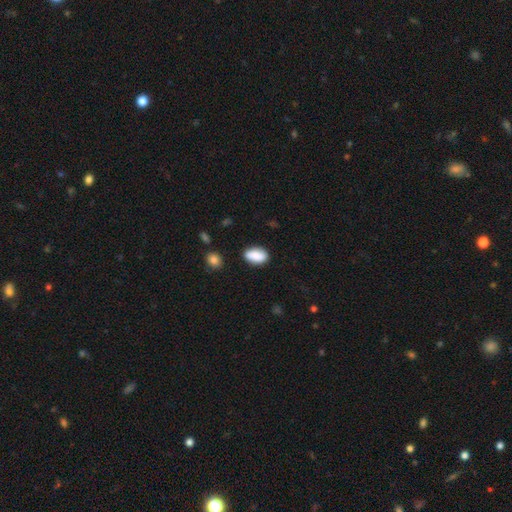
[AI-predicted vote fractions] This appears to be a smooth galaxy with no disk features (86%) that is in between round and cigar-shaped (91%). Merging: none (82%).